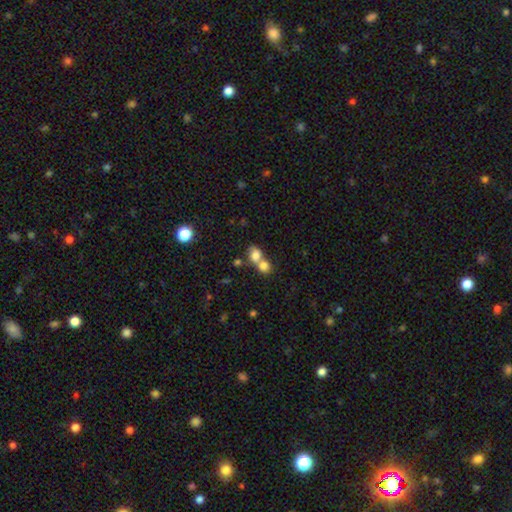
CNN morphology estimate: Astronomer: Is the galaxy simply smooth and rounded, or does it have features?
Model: smooth — 77%.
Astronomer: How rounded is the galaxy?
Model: round — 54% (runner-up: in between, 45%).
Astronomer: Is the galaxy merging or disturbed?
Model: merger — 65%.